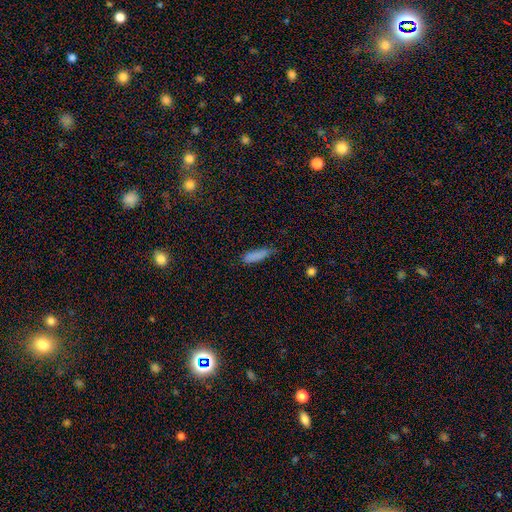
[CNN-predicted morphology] This appears to be a smooth galaxy with no disk features (84%) that is cigar-shaped (61%). Merging: none (55%).